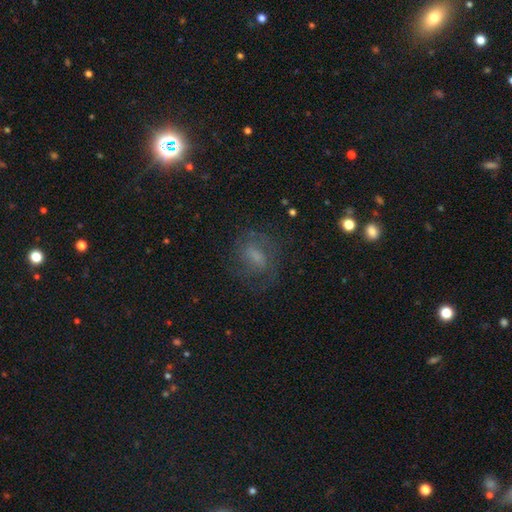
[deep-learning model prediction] smooth-or-featured: featured or disk: 46% | smooth: 36% | star or artifact: 18%
  merging: none: 67% | minor disturbance: 17% | major disturbance: 14% | merger: 2%